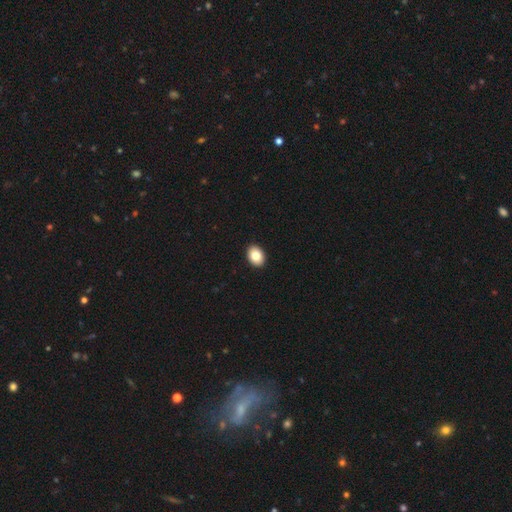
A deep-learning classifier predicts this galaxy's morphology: Smooth or featured? Predicted: smooth (p=0.83). How rounded? Predicted: in between (p=0.76). Merging? Predicted: none (p=0.92).